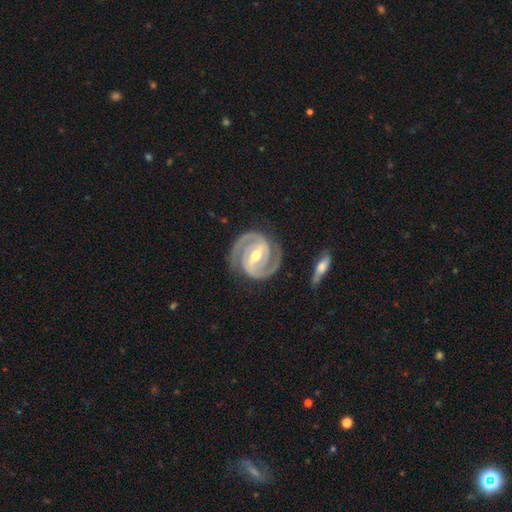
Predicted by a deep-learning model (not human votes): Smooth or featured: featured or disk — 93% (star or artifact — 3%)
Edge-on disk: no — 98% (yes — 2%)
Bar: strong — 56% (weak — 34%)
Spiral arms: yes — 98% (no — 2%)
Spiral winding: tight — 63% (medium — 33%)
Spiral arm count: 2 — 93% (3 — 2%)
Bulge size: moderate — 70% (small — 25%)
Merging: none — 84% (minor disturbance — 11%)